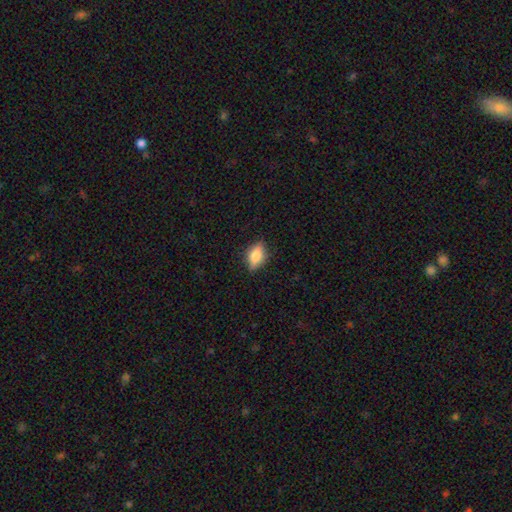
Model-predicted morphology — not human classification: Overall: smooth (66%). How rounded: in between (80%). Merging: none (79%).